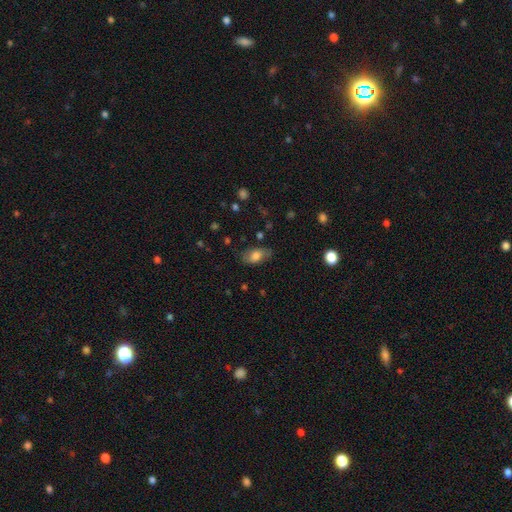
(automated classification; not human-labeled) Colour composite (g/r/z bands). It shows a smooth galaxy with no disk features (66%) that is in between round and cigar-shaped (89%). Merging: none (72%).